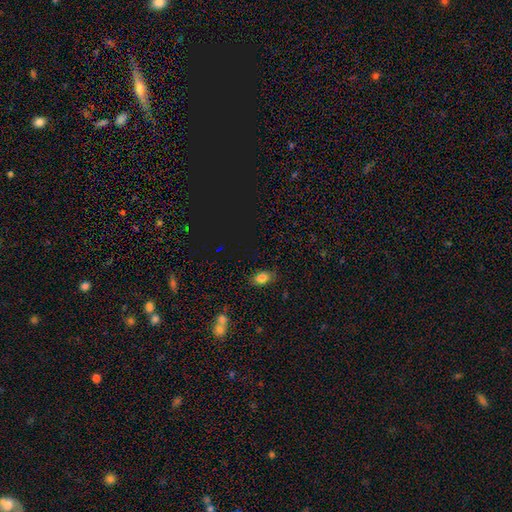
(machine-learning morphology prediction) A smooth galaxy with no disk features (66%) that is in between round and cigar-shaped (73%).

Vote fractions:
- Smooth or featured? smooth: 66% / star or artifact: 28% / featured or disk: 6%
- How rounded? in between: 73% / round: 25% / cigar-shaped: 3%
- Merging? none: 80% / minor disturbance: 14% / major disturbance: 4% / merger: 2%